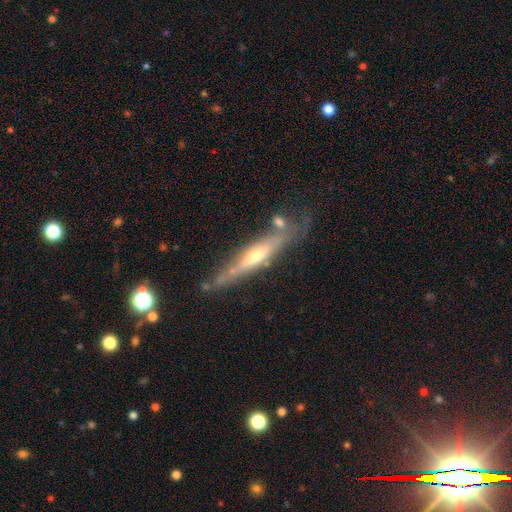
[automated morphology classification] Q: Smooth or featured?
A: featured or disk (70%); runner-up: smooth (23%)
Q: Edge-on disk?
A: yes (85%); runner-up: no (15%)
Q: Edge-on bulge?
A: rounded (68%); runner-up: none (22%)
Q: Merging?
A: none (69%); runner-up: minor disturbance (19%)